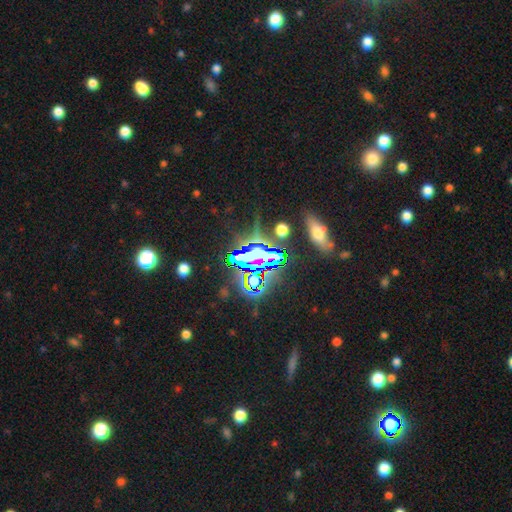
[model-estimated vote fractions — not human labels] Morphology: type=star or artifact (73%).